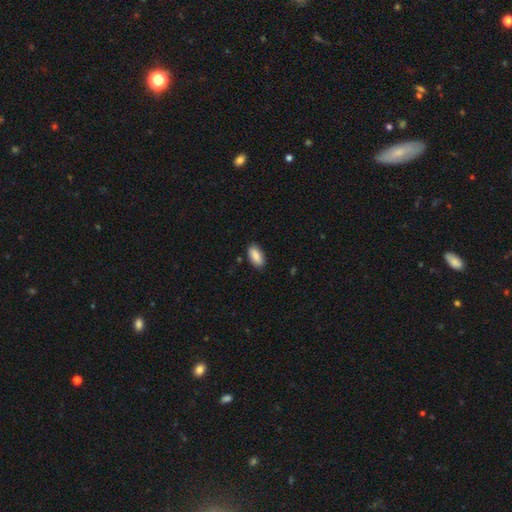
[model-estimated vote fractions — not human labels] Overall: smooth (87%). How rounded: in between (90%). Merging: none (83%).